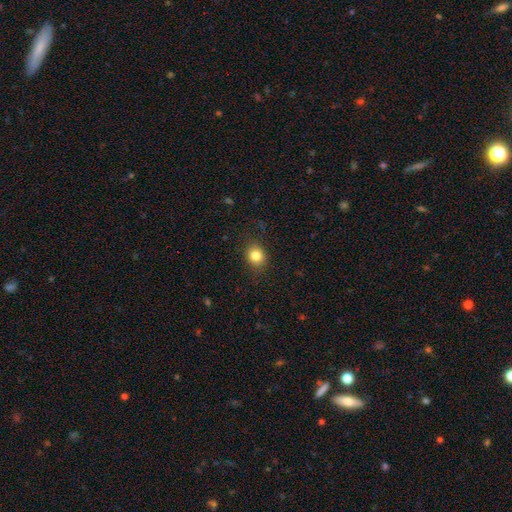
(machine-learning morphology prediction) Smooth or featured? Predicted: smooth (p=0.83). How rounded? Predicted: round (p=0.70). Merging? Predicted: none (p=0.86).